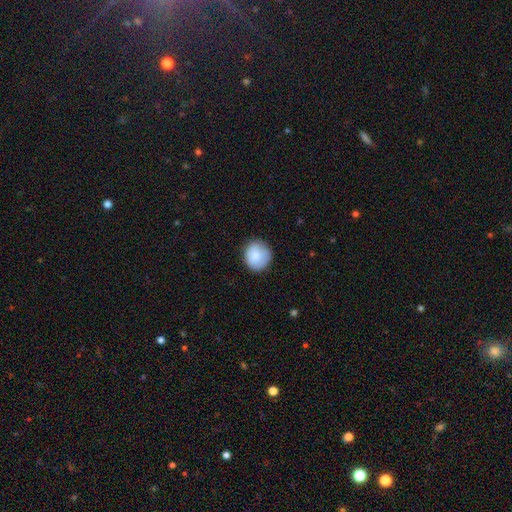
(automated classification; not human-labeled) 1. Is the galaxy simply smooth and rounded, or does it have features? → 86% smooth, 7% featured or disk, 7% star or artifact.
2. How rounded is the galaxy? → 87% round, 12% in between, 1% cigar-shaped.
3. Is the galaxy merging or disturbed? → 82% none, 14% minor disturbance, 3% major disturbance, 1% merger.